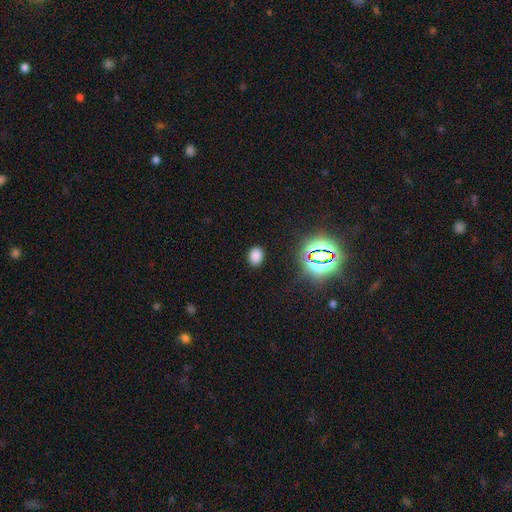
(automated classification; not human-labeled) Smooth or featured? Predicted: smooth (p=0.77). How rounded? Predicted: in between (p=0.69). Merging? Predicted: none (p=0.87).